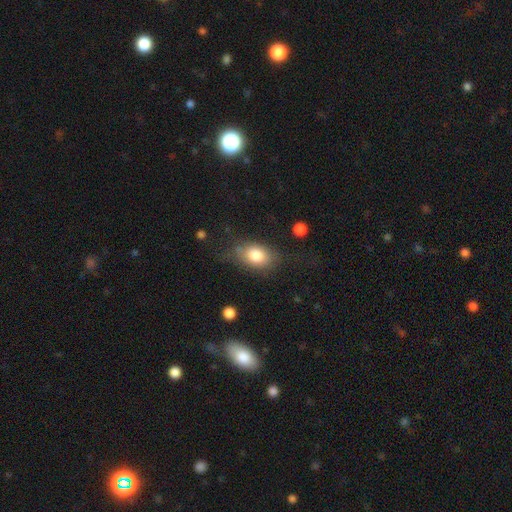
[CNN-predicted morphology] Smooth or featured? Predicted: smooth (p=0.79). How rounded? Predicted: in between (p=0.79). Merging? Predicted: none (p=0.66).